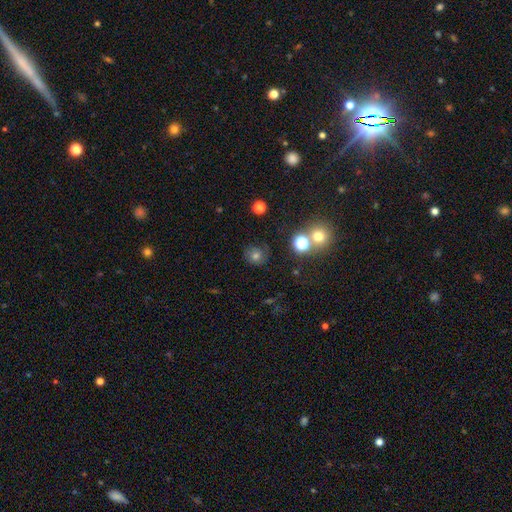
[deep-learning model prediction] This appears to be a smooth galaxy with no disk features (61%) that is round (87%). Merging: none (77%).